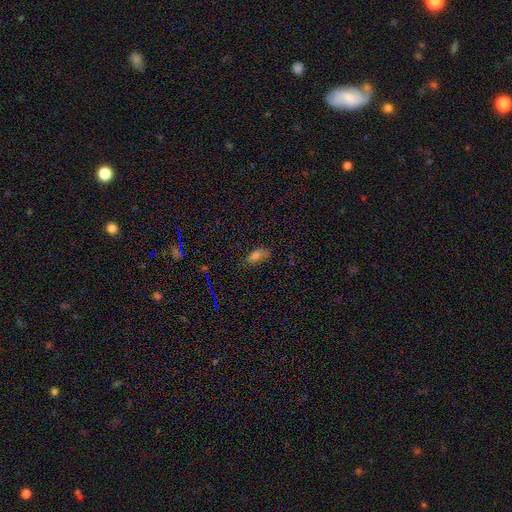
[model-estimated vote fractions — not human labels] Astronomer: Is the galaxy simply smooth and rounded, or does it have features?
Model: smooth — 69%.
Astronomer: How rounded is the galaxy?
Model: in between — 82%.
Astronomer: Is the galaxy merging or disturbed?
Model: none — 62%.